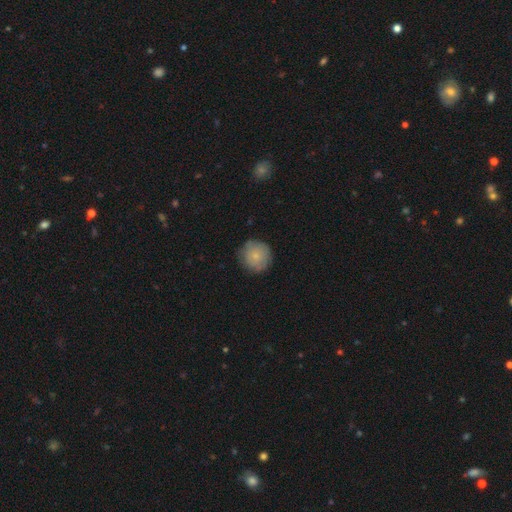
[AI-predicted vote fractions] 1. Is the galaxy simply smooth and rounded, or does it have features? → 74% smooth, 19% featured or disk, 7% star or artifact.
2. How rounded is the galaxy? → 94% round, 5% in between, 1% cigar-shaped.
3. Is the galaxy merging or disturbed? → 80% none, 15% minor disturbance, 3% major disturbance, 1% merger.